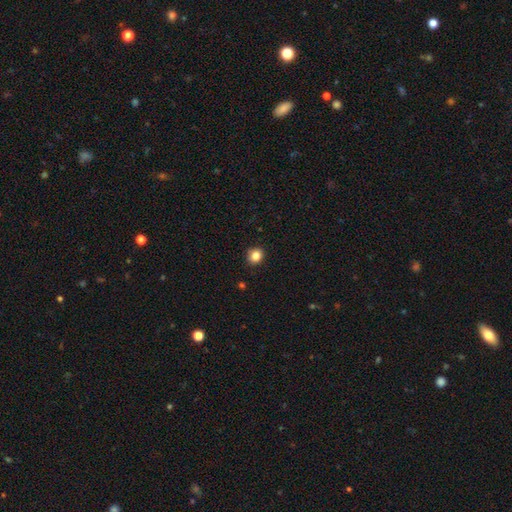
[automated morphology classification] smooth-or-featured: smooth: 84% | star or artifact: 11% | featured or disk: 5%
  how-rounded: round: 77% | in between: 22% | cigar-shaped: 1%
  merging: none: 89% | minor disturbance: 8% | major disturbance: 2% | merger: 1%